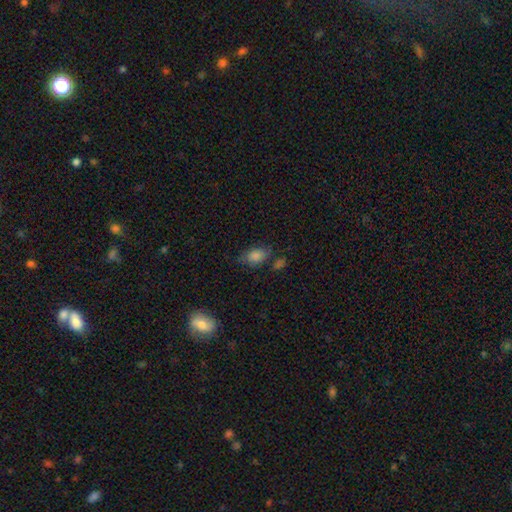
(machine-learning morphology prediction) type=smooth (77%); roundness=in between (82%); merging=none (59%).